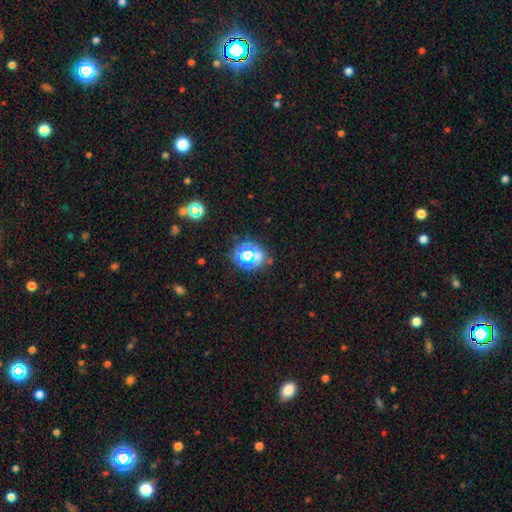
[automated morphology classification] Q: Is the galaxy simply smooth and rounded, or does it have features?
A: star or artifact — 59%.